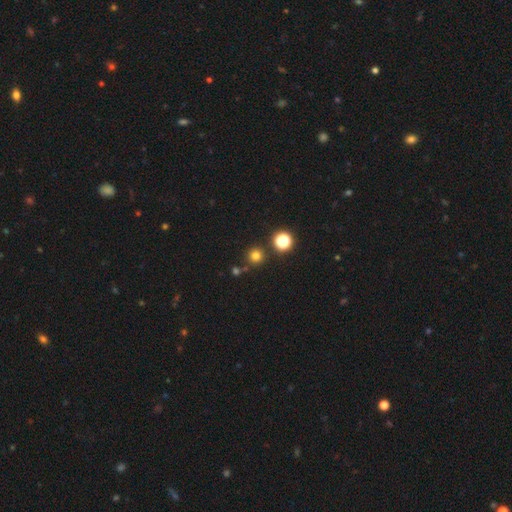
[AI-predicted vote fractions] Overall: smooth (75%). How rounded: round (95%). Merging: none (82%).